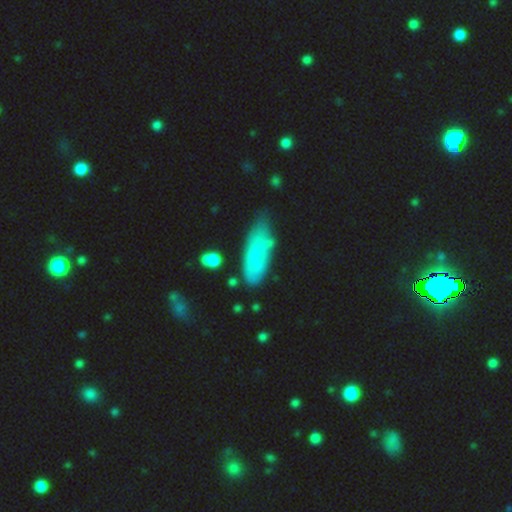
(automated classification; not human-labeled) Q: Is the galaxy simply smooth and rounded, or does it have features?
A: smooth — 74%.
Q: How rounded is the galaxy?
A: in between — 67%.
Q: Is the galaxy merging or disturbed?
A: none — 59%.